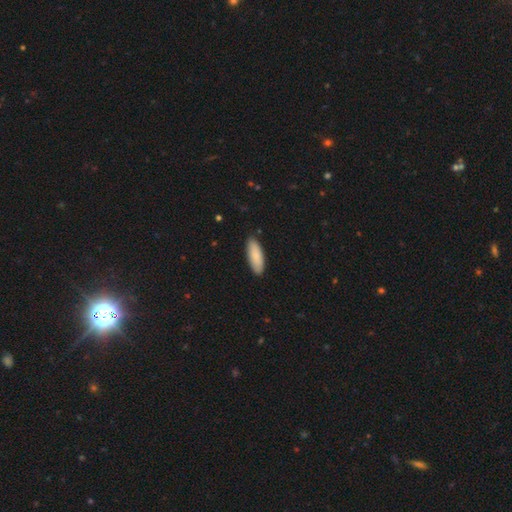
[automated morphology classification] Smooth or featured? smooth (88%)
How rounded? in between (67%)
Merging? none (88%)